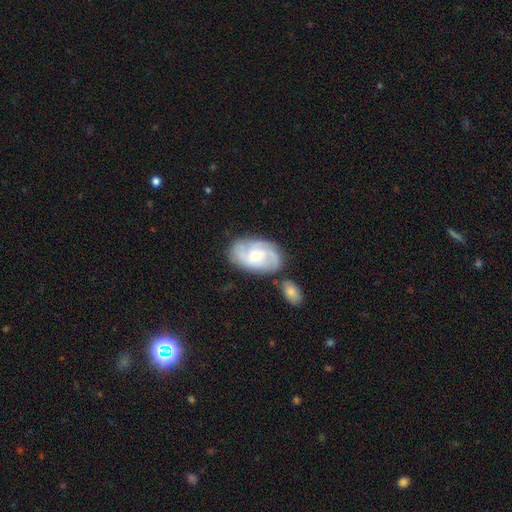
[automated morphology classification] Smooth or featured: featured or disk — 74% (smooth — 20%)
Edge-on disk: no — 96% (yes — 4%)
Bar: no — 63% (weak — 32%)
Spiral arms: yes — 93% (no — 7%)
Spiral winding: tight — 48% (medium — 39%)
Spiral arm count: 3 — 32% (2 — 27%)
Bulge size: small — 54% (moderate — 42%)
Merging: none — 67% (minor disturbance — 17%)